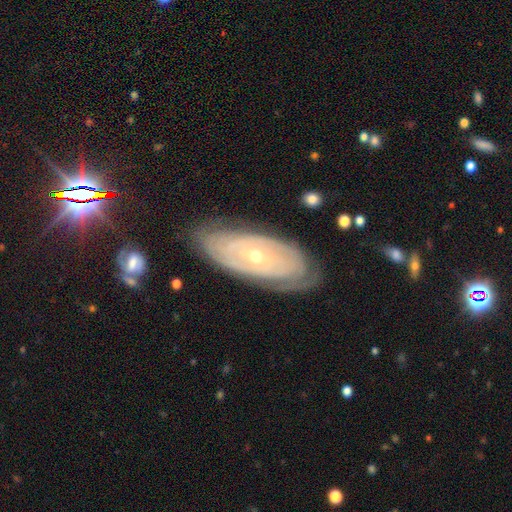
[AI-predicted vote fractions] A featured or disk galaxy (82%) with no bar (79%), tight (83%) spiral arms (84%) and a small central bulge (65%). Merging: none (78%).